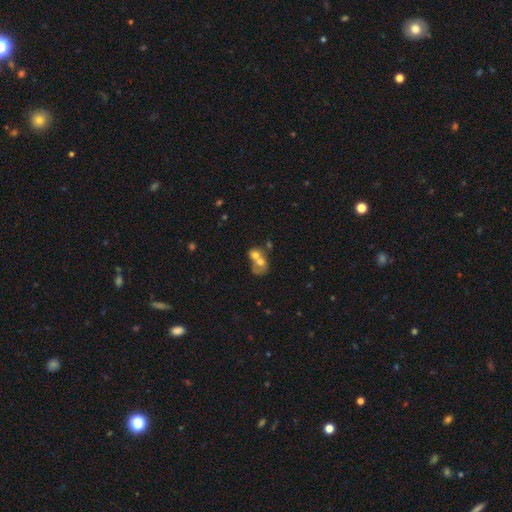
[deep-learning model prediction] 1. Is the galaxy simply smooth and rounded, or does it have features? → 56% smooth, 33% featured or disk, 11% star or artifact.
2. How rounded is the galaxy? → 52% round, 47% in between, 1% cigar-shaped.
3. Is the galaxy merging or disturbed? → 74% merger, 15% none, 6% minor disturbance, 5% major disturbance.